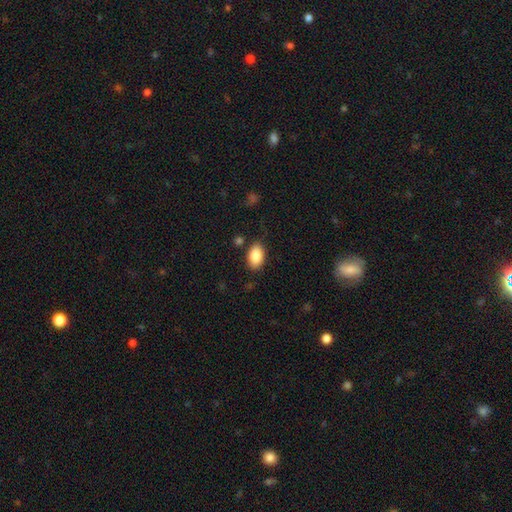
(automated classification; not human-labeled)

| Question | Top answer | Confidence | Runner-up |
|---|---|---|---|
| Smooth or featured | smooth | 87% | star or artifact (7%) |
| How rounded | in between | 91% | round (8%) |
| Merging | none | 83% | minor disturbance (11%) |